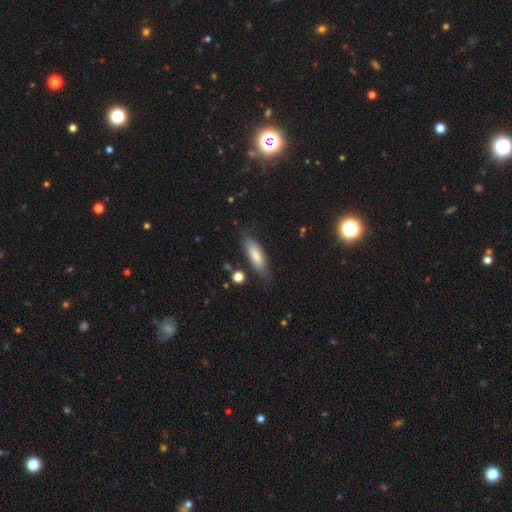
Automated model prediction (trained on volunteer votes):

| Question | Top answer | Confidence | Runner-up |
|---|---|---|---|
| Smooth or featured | smooth | 77% | featured or disk (17%) |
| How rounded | in between | 50% | cigar-shaped (48%) |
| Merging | none | 77% | minor disturbance (16%) |